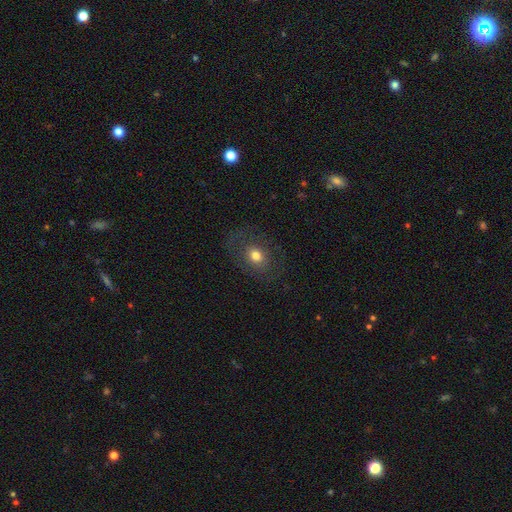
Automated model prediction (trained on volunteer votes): A smooth galaxy with no disk features (67%) that is in between round and cigar-shaped (56%). Merging: none (75%).